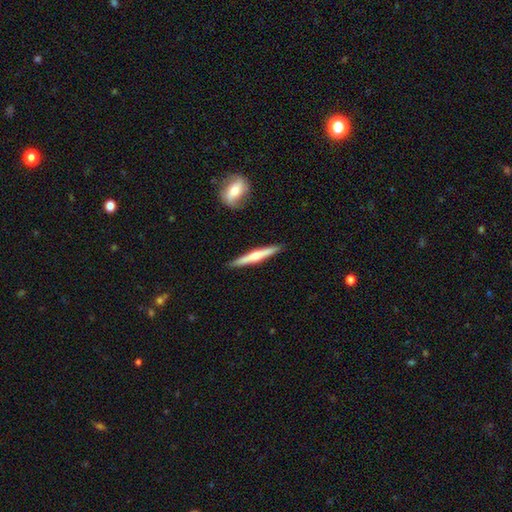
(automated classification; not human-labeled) Morphology: type=featured or disk (51%); edge-on=yes (97%); merging=none (90%).